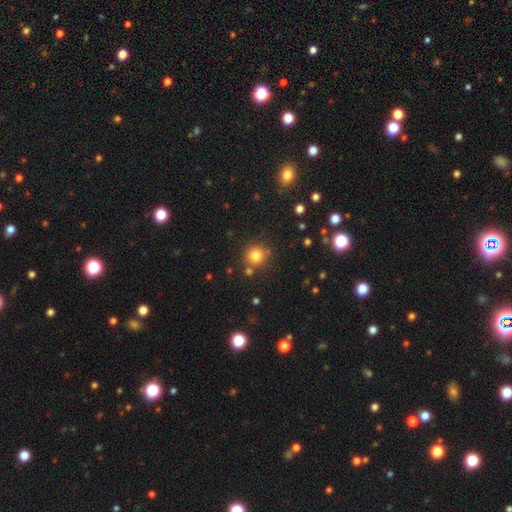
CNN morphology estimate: This is clearly a smooth galaxy (81%). How rounded: clearly round (93%). Merging: clearly none (80%).